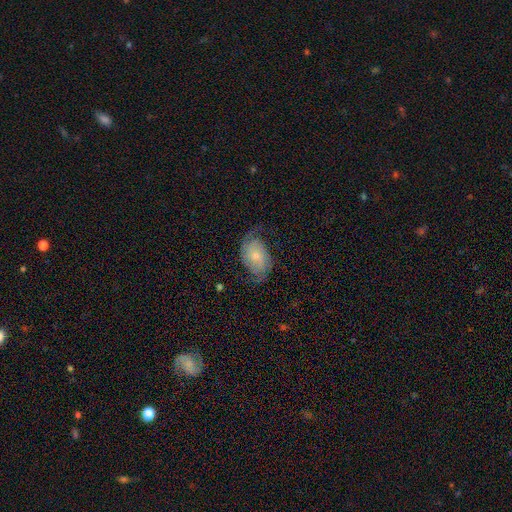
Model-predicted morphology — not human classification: A featured or disk galaxy (74%) with no bar (68%), 2 (84%) medium (40%) spiral arms (93%) and a moderate central bulge (46%).

Vote fractions:
- Smooth or featured? featured or disk: 74% / smooth: 19% / star or artifact: 7%
- Edge-on disk? no: 97% / yes: 3%
- Bar? no: 68% / weak: 28% / strong: 5%
- Spiral arms? yes: 93% / no: 7%
- Spiral winding? medium: 40% / loose: 34% / tight: 26%
- Spiral arm count? 2: 84% / can't tell: 8% / 1: 3% / 3: 3% / 4: 1% / more than 4: 1%
- Bulge size? moderate: 46% / small: 45% / large: 4% / none: 4% / dominant: 1%
- Merging? none: 67% / minor disturbance: 20% / major disturbance: 12% / merger: 1%